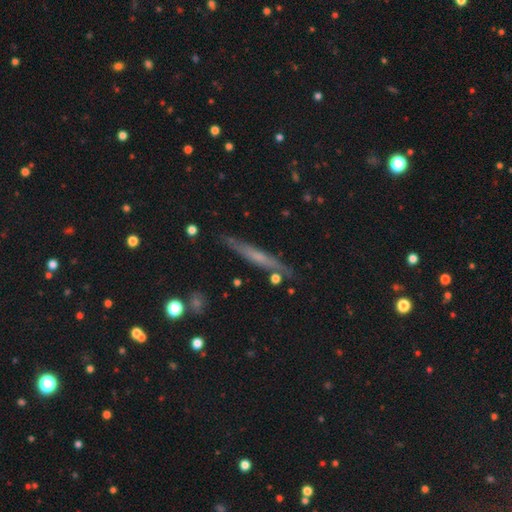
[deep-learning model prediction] featured or disk 50%, smooth 41%, star or artifact 9%. Down the decision tree: edge-on disk — yes (92%); merging — none (82%).